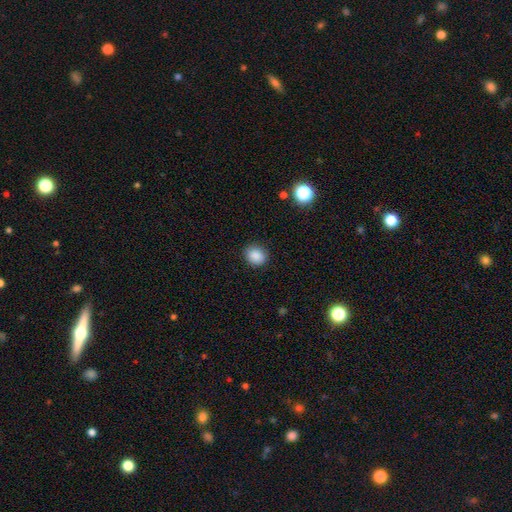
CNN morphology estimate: smooth-or-featured: smooth: 88% | star or artifact: 9% | featured or disk: 3%
  how-rounded: round: 68% | in between: 31% | cigar-shaped: 1%
  merging: none: 89% | minor disturbance: 8% | major disturbance: 2% | merger: 1%